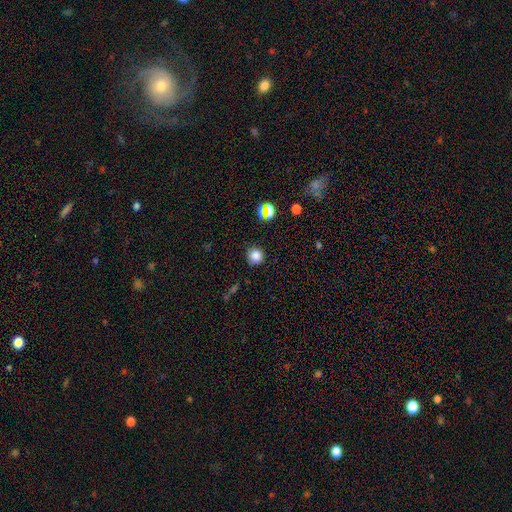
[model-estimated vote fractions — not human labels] smooth 79%, star or artifact 15%, featured or disk 6%. Down the decision tree: how rounded — round (92%); merging — none (87%).